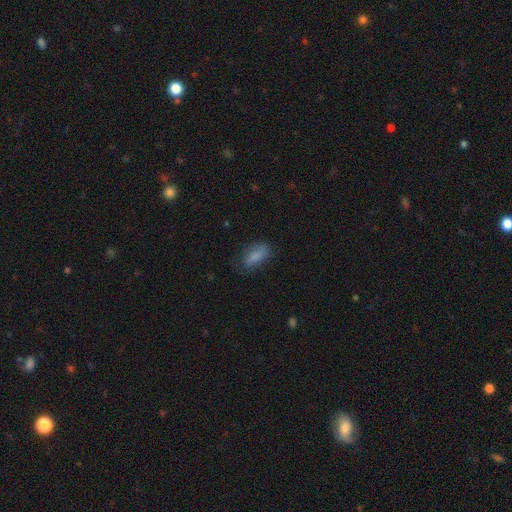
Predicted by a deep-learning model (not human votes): smooth 83%, featured or disk 10%, star or artifact 7%. Down the decision tree: how rounded — in between (78%); merging — none (73%).